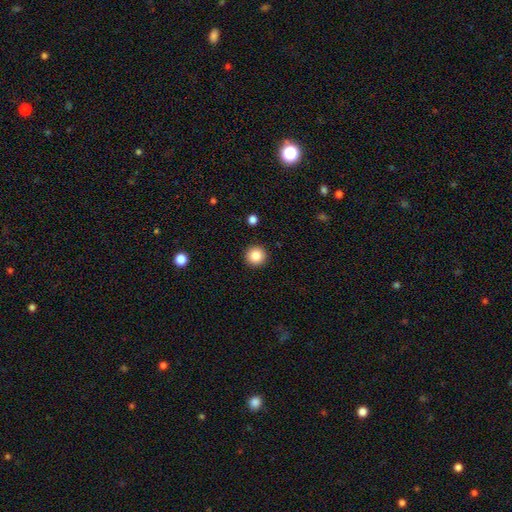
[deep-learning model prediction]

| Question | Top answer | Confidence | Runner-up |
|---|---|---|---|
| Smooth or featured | smooth | 86% | star or artifact (9%) |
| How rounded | round | 95% | in between (4%) |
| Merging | none | 93% | minor disturbance (5%) |